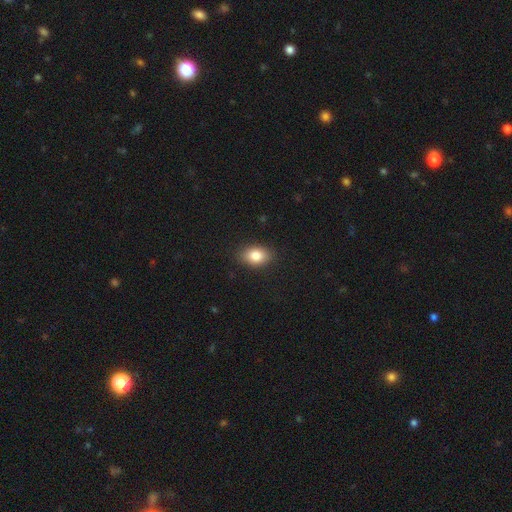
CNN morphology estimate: Q: Smooth or featured?
A: smooth (84%); runner-up: star or artifact (9%)
Q: How rounded?
A: in between (81%); runner-up: round (18%)
Q: Merging?
A: none (87%); runner-up: minor disturbance (9%)